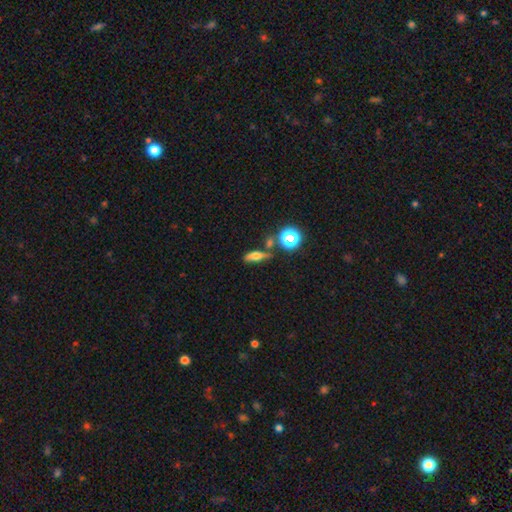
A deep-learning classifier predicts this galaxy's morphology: Overall: smooth (54%; featured or disk 31%). How rounded: in between (44%; cigar-shaped 43%). Merging: none (69%).